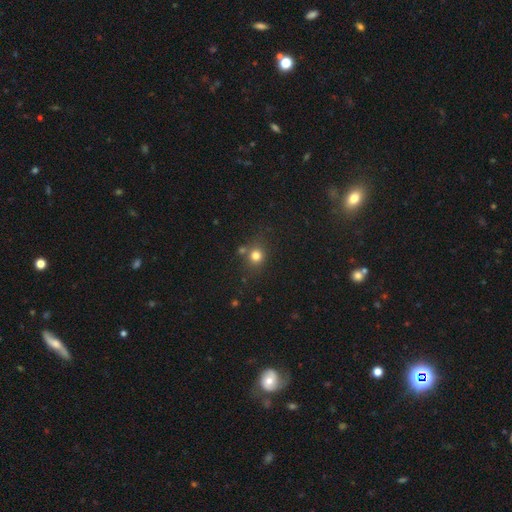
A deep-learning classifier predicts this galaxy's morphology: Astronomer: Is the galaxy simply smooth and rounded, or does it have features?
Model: smooth — 78%.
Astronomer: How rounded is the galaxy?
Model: round — 84%.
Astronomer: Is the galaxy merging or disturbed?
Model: none — 71%.